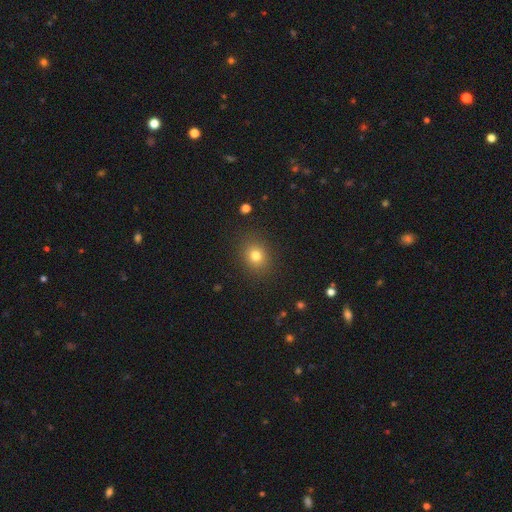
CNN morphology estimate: Q: Smooth or featured?
A: smooth (78%); runner-up: star or artifact (14%)
Q: How rounded?
A: round (66%); runner-up: in between (33%)
Q: Merging?
A: none (88%); runner-up: minor disturbance (8%)